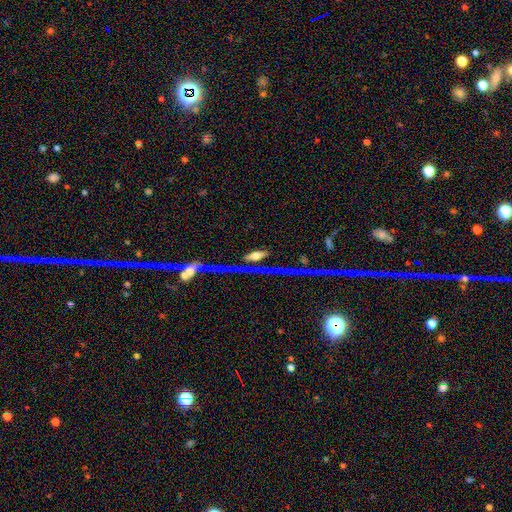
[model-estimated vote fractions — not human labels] The model was most divided on "smooth or featured": featured or disk: 44%, smooth: 40%, star or artifact: 16%. More confident: merging — none (59%).